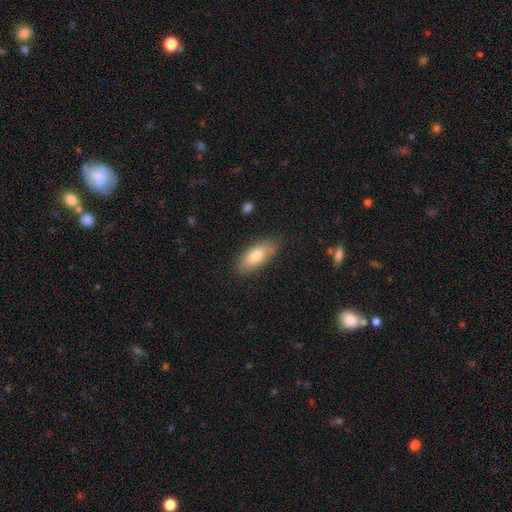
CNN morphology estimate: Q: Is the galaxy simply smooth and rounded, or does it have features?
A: smooth — 78%.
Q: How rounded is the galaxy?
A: in between — 84%.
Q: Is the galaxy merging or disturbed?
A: none — 79%.